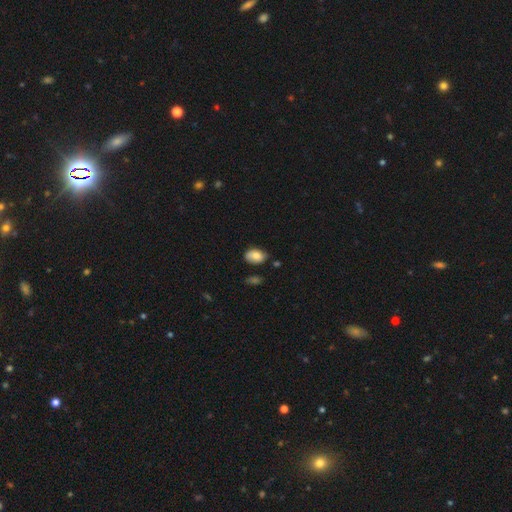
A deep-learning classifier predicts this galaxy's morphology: Smooth or featured?
  - smooth: 79% *
  - featured or disk: 13%
  - star or artifact: 8%
How rounded?
  - in between: 87% *
  - round: 12%
  - cigar-shaped: 1%
Merging?
  - none: 68% *
  - minor disturbance: 24%
  - major disturbance: 4%
  - merger: 4%